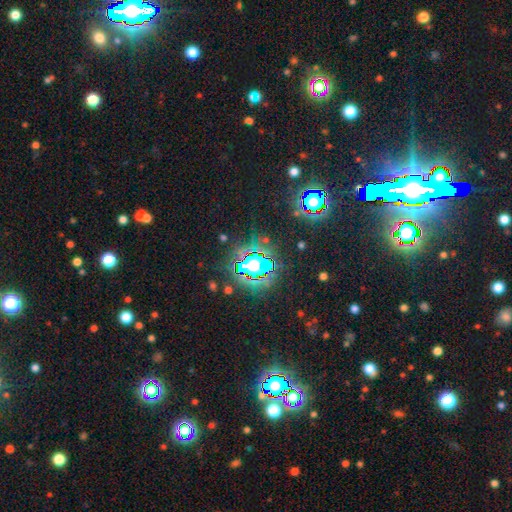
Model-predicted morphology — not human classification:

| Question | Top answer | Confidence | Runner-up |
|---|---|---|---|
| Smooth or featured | star or artifact | 84% | smooth (9%) |